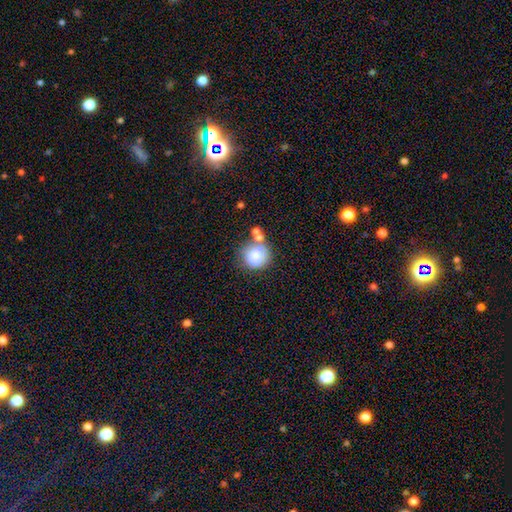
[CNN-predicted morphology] The model was most divided on "merging": none: 57%, merger: 20%, minor disturbance: 17%, major disturbance: 7%. More confident: how rounded — round (89%); smooth or featured — smooth (81%).